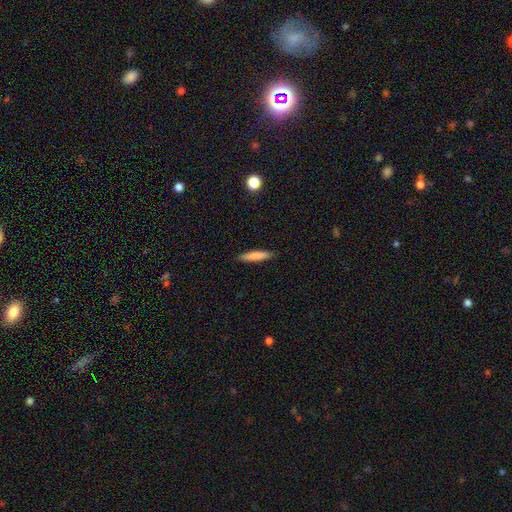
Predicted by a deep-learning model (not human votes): Smooth or featured? smooth (81%)
How rounded? cigar-shaped (84%)
Merging? none (89%)